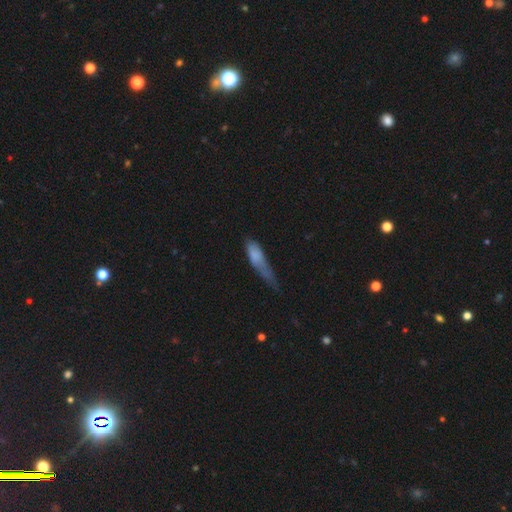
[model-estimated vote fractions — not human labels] This is likely a smooth galaxy (73%). How rounded: likely cigar-shaped (60%). Merging: marginally minor disturbance (39%).